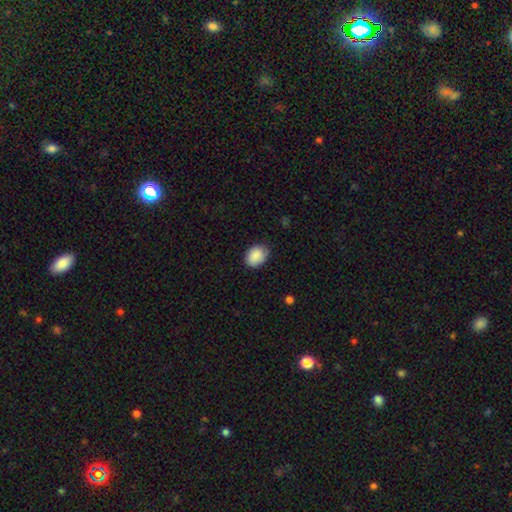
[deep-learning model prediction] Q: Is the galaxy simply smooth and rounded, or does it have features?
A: smooth — 87%.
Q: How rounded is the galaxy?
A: in between — 70%.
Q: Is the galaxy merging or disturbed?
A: none — 77%.